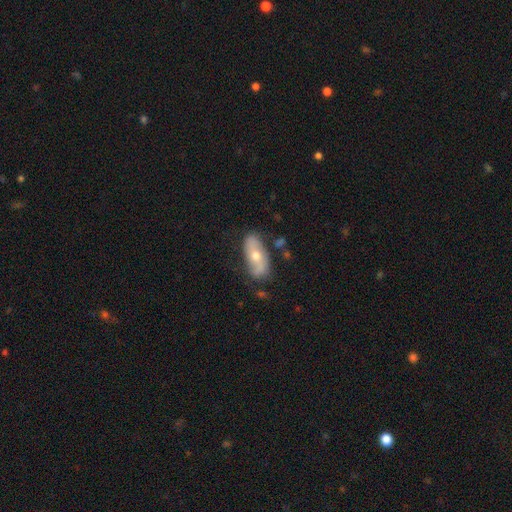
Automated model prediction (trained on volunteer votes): Smooth or featured: featured or disk — 49% (smooth — 45%)
Merging: none — 72% (minor disturbance — 20%)